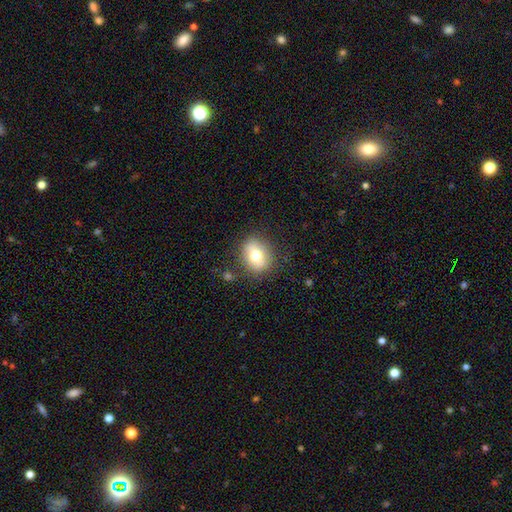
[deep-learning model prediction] A smooth galaxy with no disk features (66%) that is round (61%). Merging: none (83%).